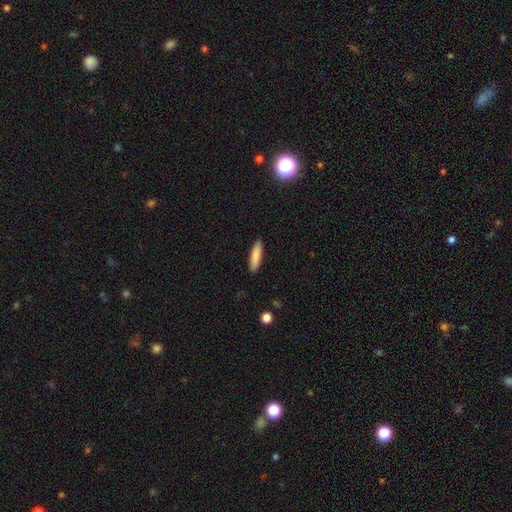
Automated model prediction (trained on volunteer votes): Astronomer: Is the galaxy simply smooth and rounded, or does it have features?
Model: smooth — 86%.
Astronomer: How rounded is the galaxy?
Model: cigar-shaped — 71%.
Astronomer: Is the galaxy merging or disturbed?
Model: none — 90%.